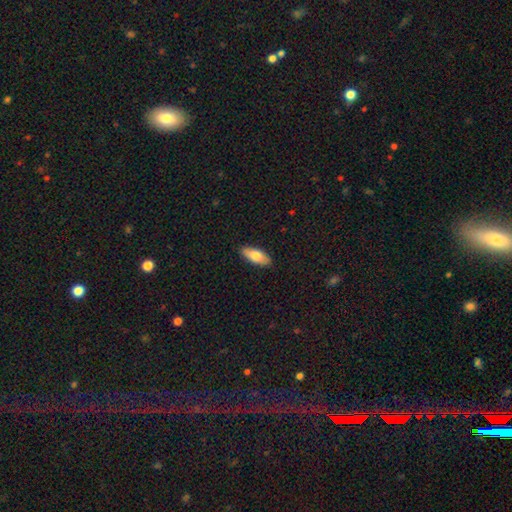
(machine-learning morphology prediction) smooth 76%, featured or disk 18%, star or artifact 6%. Down the decision tree: how rounded — in between (78%); merging — none (89%).